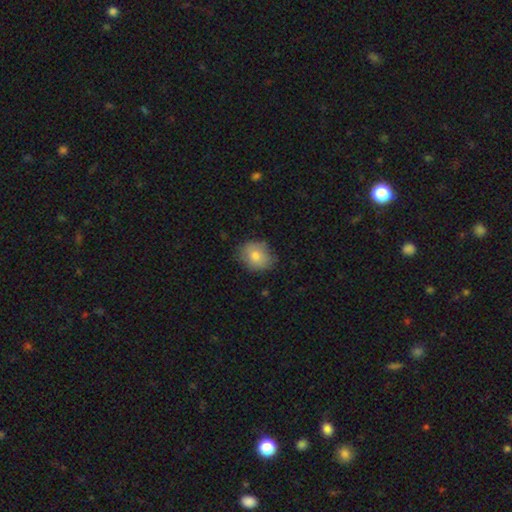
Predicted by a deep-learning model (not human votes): Smooth or featured: smooth — 77% (featured or disk — 16%)
How rounded: round — 56% (in between — 43%)
Merging: none — 75% (minor disturbance — 20%)